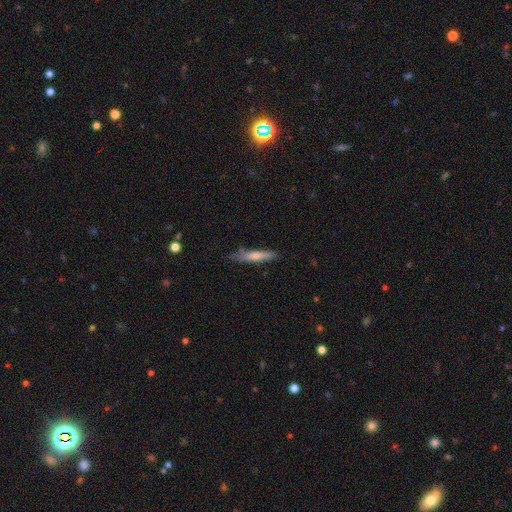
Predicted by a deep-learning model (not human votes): Smooth or featured? Predicted: smooth (p=0.69). How rounded? Predicted: cigar-shaped (p=0.87). Merging? Predicted: none (p=0.72).